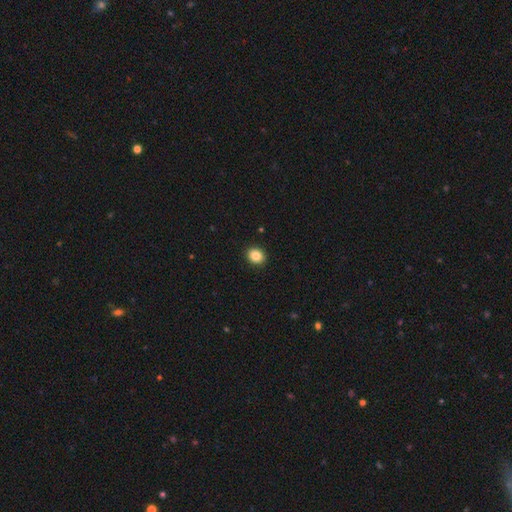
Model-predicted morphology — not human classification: This appears to be a smooth galaxy with no disk features (85%) that is round (59%). Merging: none (92%).